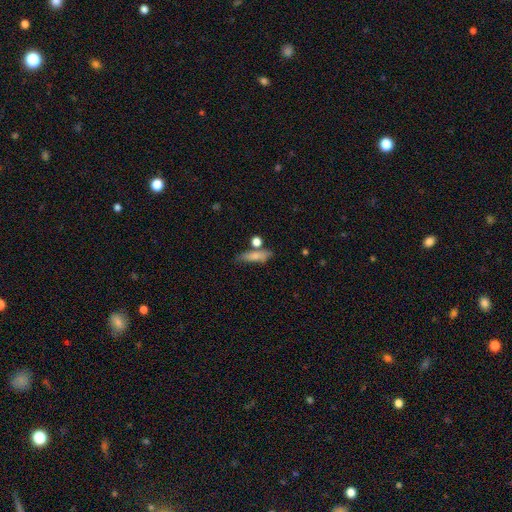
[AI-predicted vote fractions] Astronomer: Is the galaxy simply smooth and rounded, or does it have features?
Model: smooth — 74%.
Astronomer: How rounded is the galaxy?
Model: cigar-shaped — 60% (runner-up: in between, 35%).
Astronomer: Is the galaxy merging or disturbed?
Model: none — 60%.